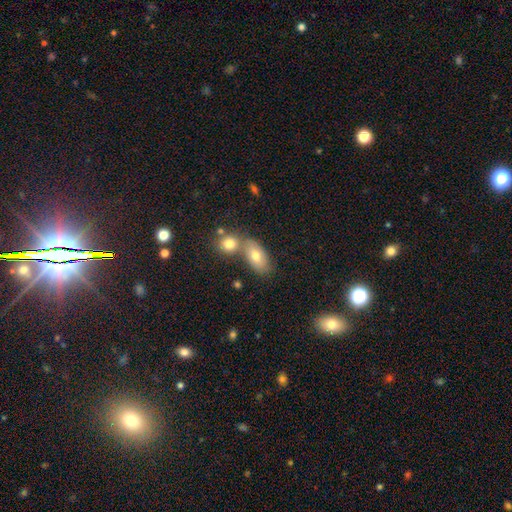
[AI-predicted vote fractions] smooth 74%, featured or disk 17%, star or artifact 9%. Down the decision tree: how rounded — in between (87%); merging — none (46%).